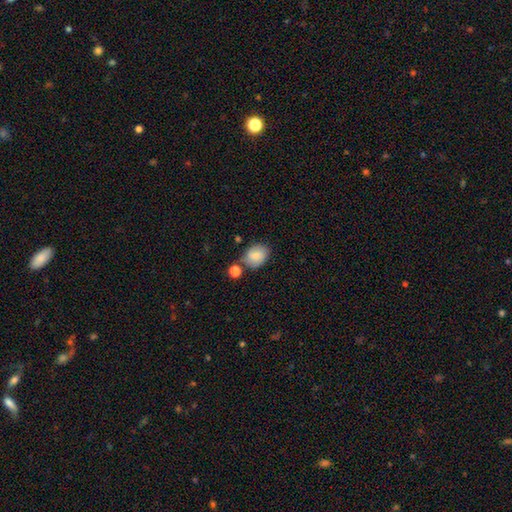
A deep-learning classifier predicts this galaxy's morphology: smooth 77%, featured or disk 15%, star or artifact 8%. Down the decision tree: how rounded — in between (60%); merging — none (65%).